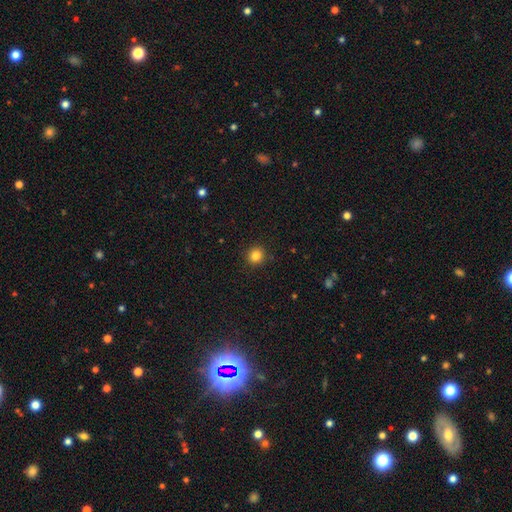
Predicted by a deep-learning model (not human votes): Smooth or featured: smooth — 83% (star or artifact — 12%)
How rounded: round — 92% (in between — 7%)
Merging: none — 92% (minor disturbance — 5%)